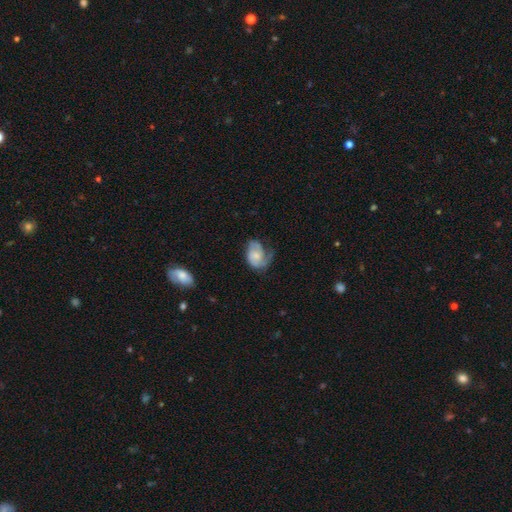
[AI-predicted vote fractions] Q: Smooth or featured?
A: featured or disk (56%); runner-up: smooth (37%)
Q: Edge-on disk?
A: no (97%); runner-up: yes (3%)
Q: Bar?
A: no (73%); runner-up: weak (23%)
Q: Spiral arms?
A: yes (84%); runner-up: no (16%)
Q: Bulge size?
A: small (45%); runner-up: moderate (35%)
Q: Merging?
A: none (38%); runner-up: minor disturbance (31%)